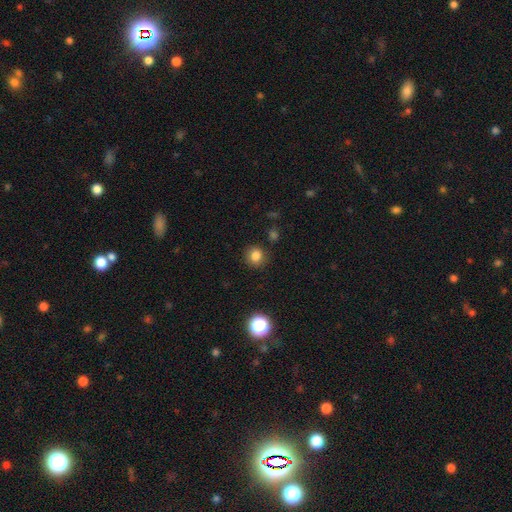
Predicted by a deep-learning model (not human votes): A smooth galaxy with no disk features (82%) that is round (85%).

Vote fractions:
- Smooth or featured? smooth: 82% / star or artifact: 13% / featured or disk: 5%
- How rounded? round: 85% / in between: 14% / cigar-shaped: 1%
- Merging? none: 86% / minor disturbance: 9% / major disturbance: 3% / merger: 2%